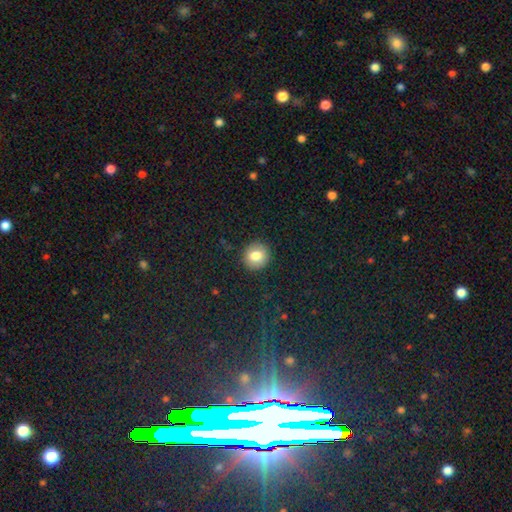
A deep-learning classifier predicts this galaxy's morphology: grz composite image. It shows a smooth galaxy with no disk features (80%) that is round (88%). Merging: none (90%).